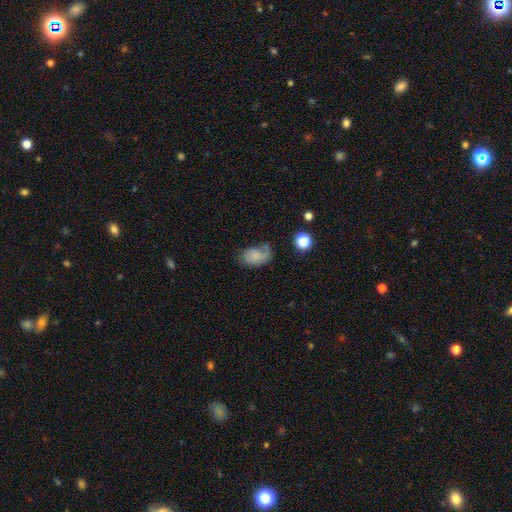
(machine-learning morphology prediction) Smooth or featured?
  - smooth: 62% *
  - featured or disk: 27%
  - star or artifact: 11%
How rounded?
  - in between: 84% *
  - round: 15%
  - cigar-shaped: 1%
Merging?
  - none: 40% *
  - minor disturbance: 30%
  - major disturbance: 24%
  - merger: 6%